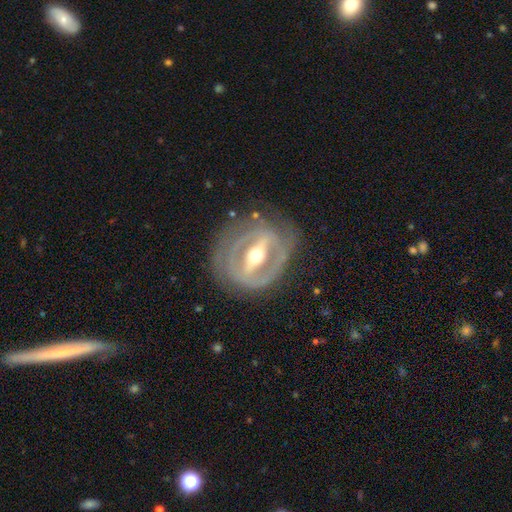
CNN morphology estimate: Smooth or featured? featured or disk (85%)
Edge-on disk? no (86%)
Bar? strong (75%)
Spiral arms? yes (58%)
Bulge size? moderate (69%)
Merging? none (76%)